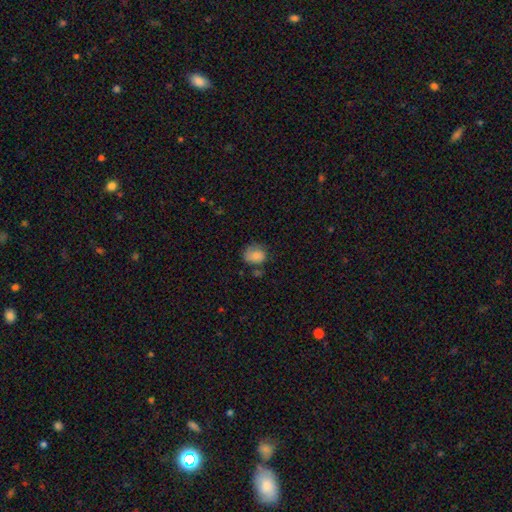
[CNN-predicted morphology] A smooth galaxy with no disk features (82%) that is in between round and cigar-shaped (52%). Merging: none (54%).